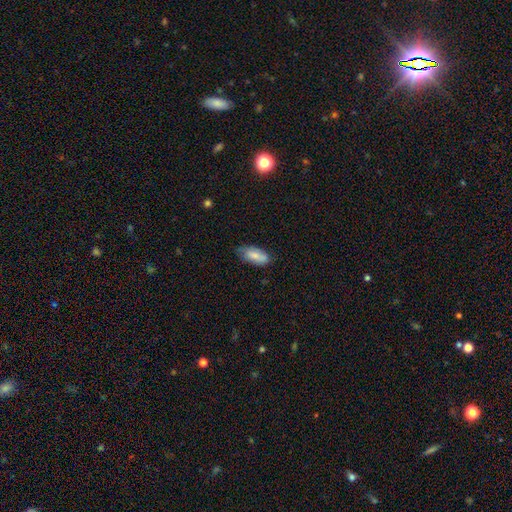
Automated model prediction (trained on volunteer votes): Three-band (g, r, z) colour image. It shows a smooth galaxy with no disk features (76%) that is in between round and cigar-shaped (86%). Merging: none (63%).